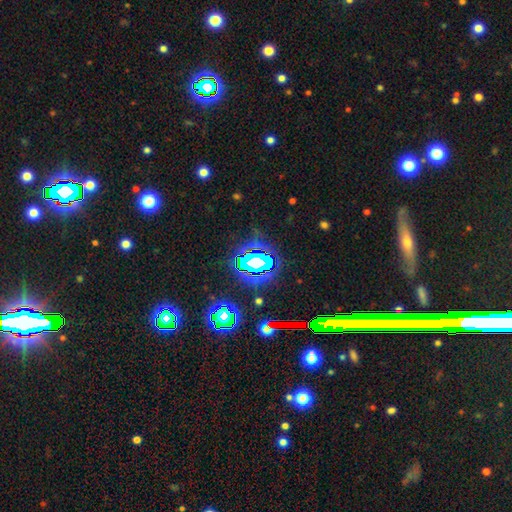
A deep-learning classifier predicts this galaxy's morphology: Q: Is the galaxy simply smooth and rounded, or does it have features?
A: star or artifact — 66%.